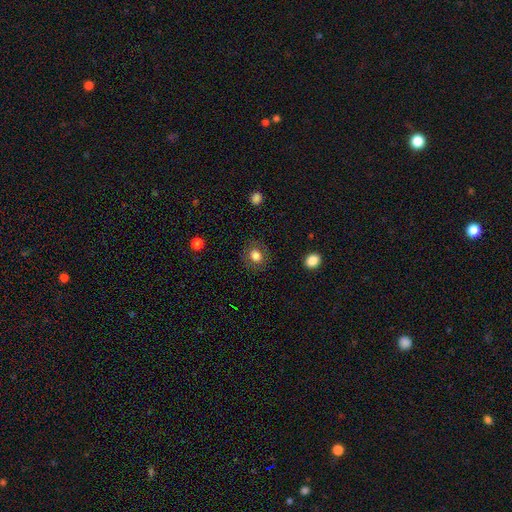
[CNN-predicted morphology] A smooth galaxy with no disk features (76%) that is round (72%).

Vote fractions:
- Smooth or featured? smooth: 76% / featured or disk: 14% / star or artifact: 10%
- How rounded? round: 72% / in between: 27% / cigar-shaped: 1%
- Merging? none: 84% / minor disturbance: 10% / major disturbance: 5% / merger: 1%